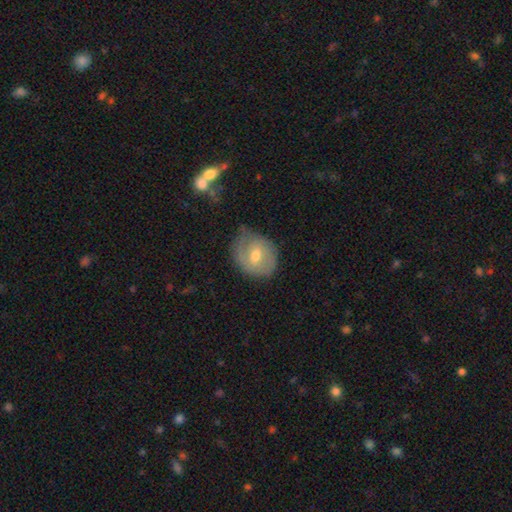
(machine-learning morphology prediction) A featured or disk galaxy (47%).

Vote fractions:
- Smooth or featured? featured or disk: 47% / smooth: 46% / star or artifact: 7%
- Merging? none: 61% / minor disturbance: 29% / major disturbance: 8% / merger: 2%